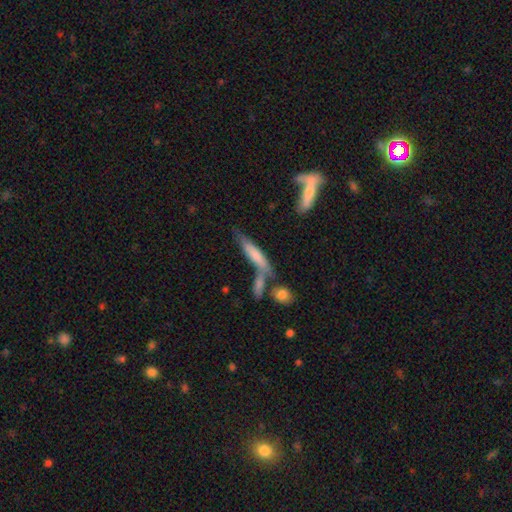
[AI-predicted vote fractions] Smooth or featured? Predicted: smooth (p=0.64). How rounded? Predicted: cigar-shaped (p=0.79). Merging? Predicted: none (p=0.42).